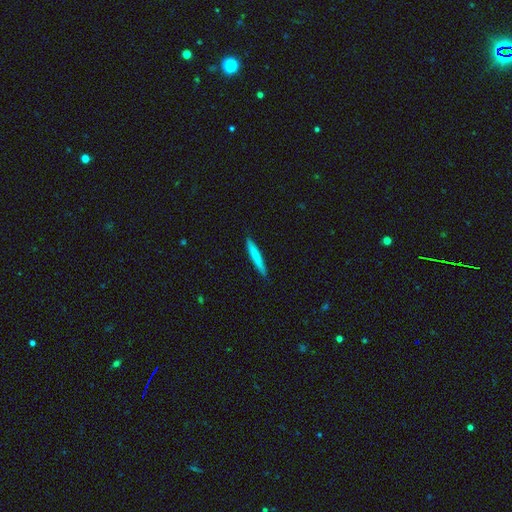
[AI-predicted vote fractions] Smooth or featured? Predicted: smooth (p=0.76). How rounded? Predicted: cigar-shaped (p=0.95). Merging? Predicted: none (p=0.90).